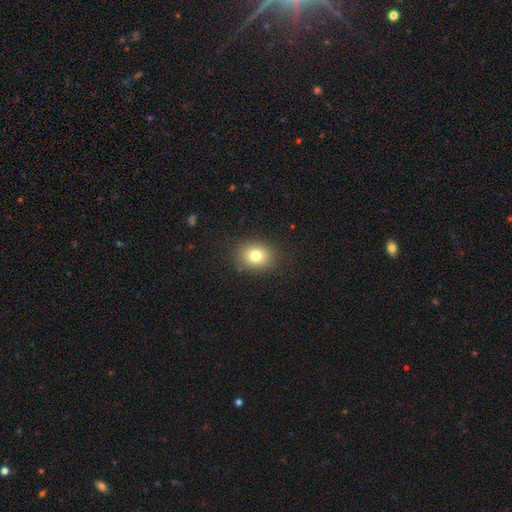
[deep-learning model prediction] A smooth galaxy with no disk features (78%) that is round (53%).

Vote fractions:
- Smooth or featured? smooth: 78% / star or artifact: 12% / featured or disk: 10%
- How rounded? round: 53% / in between: 46% / cigar-shaped: 1%
- Merging? none: 87% / minor disturbance: 9% / major disturbance: 3% / merger: 1%